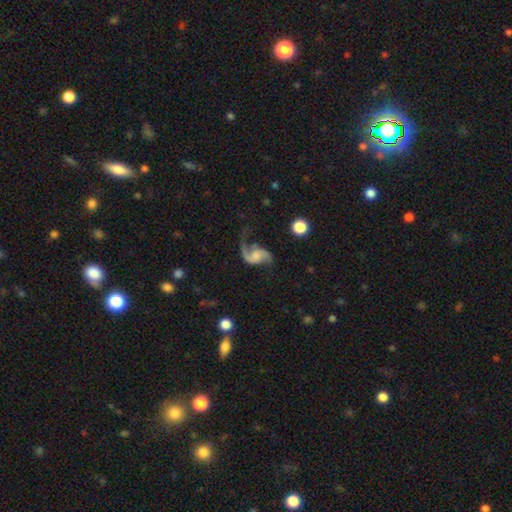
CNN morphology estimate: A featured or disk galaxy (88%) with no bar (55%), 2 (89%) loose (71%) spiral arms (97%) and no central bulge (41%).

Vote fractions:
- Smooth or featured? featured or disk: 88% / smooth: 7% / star or artifact: 5%
- Edge-on disk? no: 98% / yes: 2%
- Bar? no: 55% / weak: 36% / strong: 9%
- Spiral arms? yes: 97% / no: 3%
- Spiral winding? loose: 71% / medium: 25% / tight: 5%
- Spiral arm count? 2: 89% / 1: 6% / can't tell: 2% / 3: 1% / 4: 1% / more than 4: 1%
- Bulge size? none: 41% / small: 25% / moderate: 22% / large: 10% / dominant: 2%
- Merging? none: 59% / minor disturbance: 19% / major disturbance: 19% / merger: 3%